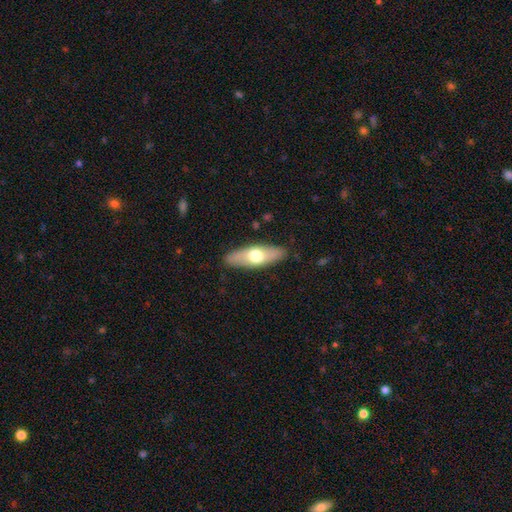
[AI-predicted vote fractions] This appears to be a smooth galaxy with no disk features (57%) that is in between round and cigar-shaped (57%). Merging: none (87%).